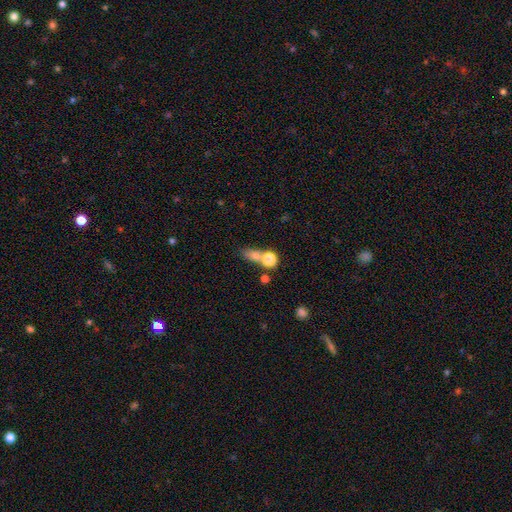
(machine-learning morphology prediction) Smooth or featured? Predicted: smooth (p=0.70). How rounded? Predicted: round (p=0.50). Merging? Predicted: merger (p=0.45).